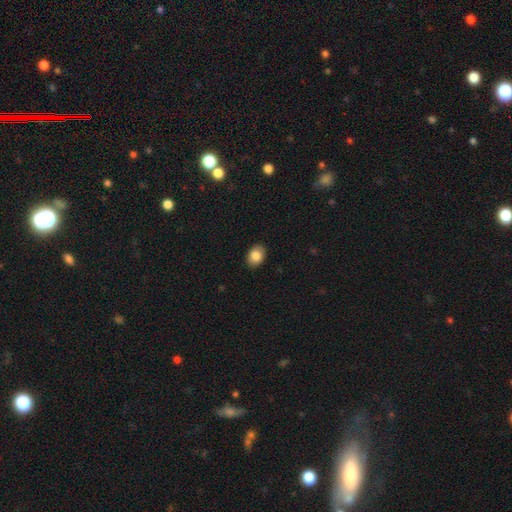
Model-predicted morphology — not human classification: Smooth or featured? Predicted: smooth (p=0.85). How rounded? Predicted: in between (p=0.78). Merging? Predicted: none (p=0.88).